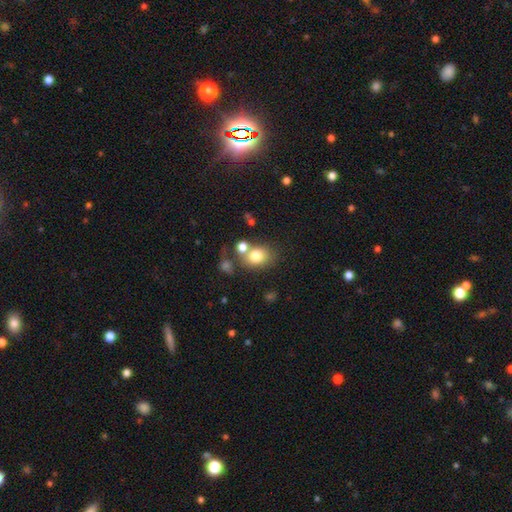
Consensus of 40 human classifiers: Overall: smooth (88%). How rounded: in between (51%; round 49%). Merging: none (51%; merger 31%).